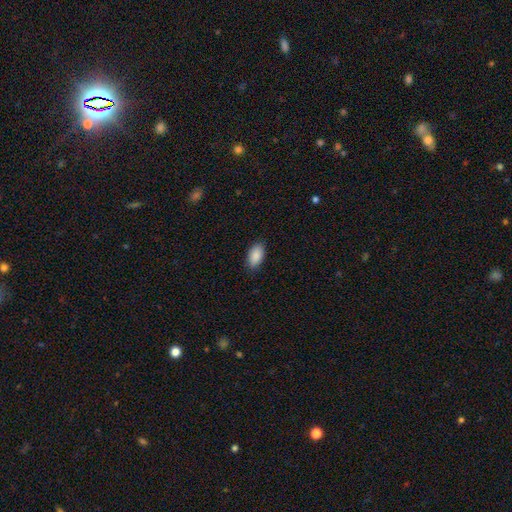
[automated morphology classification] A smooth galaxy with no disk features (90%) that is in between round and cigar-shaped (94%). Merging: none (86%).